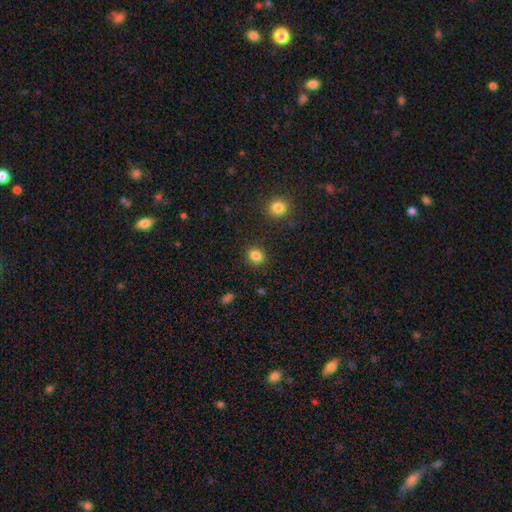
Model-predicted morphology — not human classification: Smooth or featured?
  - smooth: 84% *
  - star or artifact: 11%
  - featured or disk: 4%
How rounded?
  - round: 73% *
  - in between: 26%
  - cigar-shaped: 1%
Merging?
  - none: 88% *
  - minor disturbance: 7%
  - major disturbance: 3%
  - merger: 2%